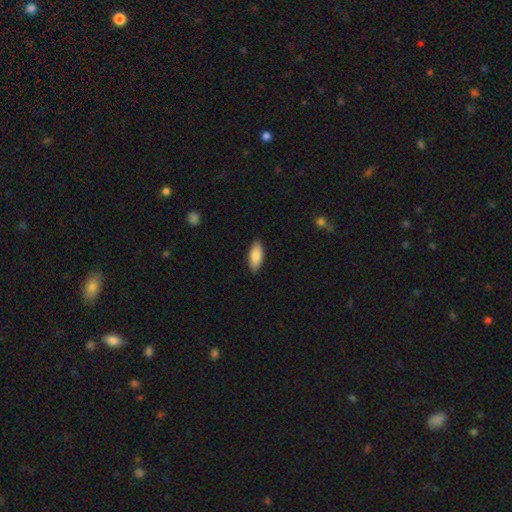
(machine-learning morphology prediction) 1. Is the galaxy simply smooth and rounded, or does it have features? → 85% smooth, 10% featured or disk, 6% star or artifact.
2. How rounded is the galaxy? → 80% in between, 18% cigar-shaped, 2% round.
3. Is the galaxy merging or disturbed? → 88% none, 9% minor disturbance, 2% major disturbance, 1% merger.